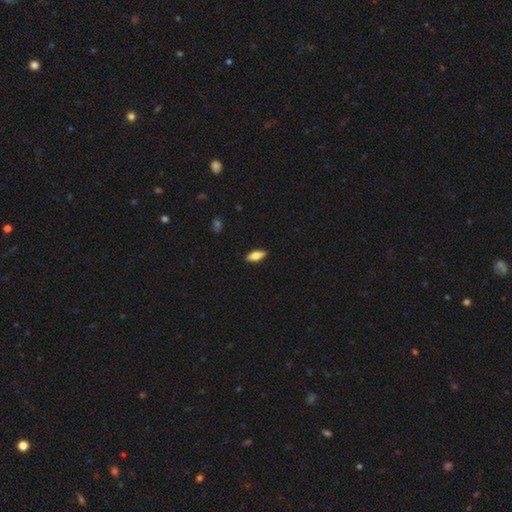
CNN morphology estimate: type=smooth (70%); roundness=in between (75%); merging=none (89%).